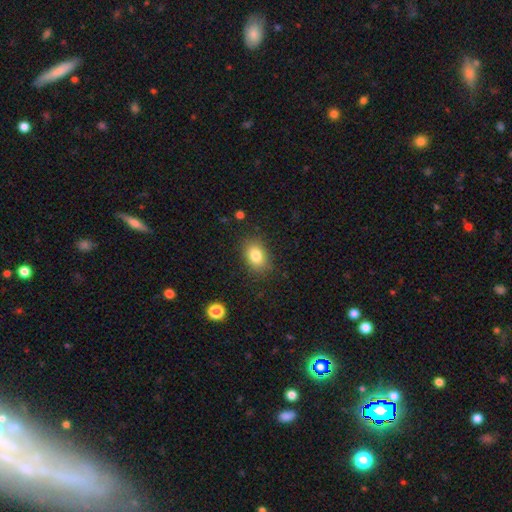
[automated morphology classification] Smooth or featured? Predicted: smooth (p=0.81). How rounded? Predicted: in between (p=0.74). Merging? Predicted: none (p=0.84).